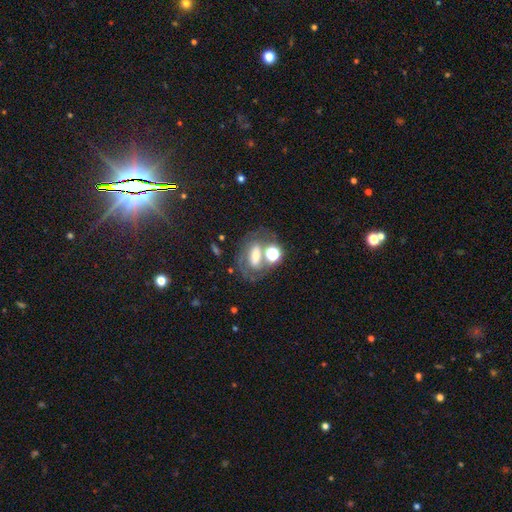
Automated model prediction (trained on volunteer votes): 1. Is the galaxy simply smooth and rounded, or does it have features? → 47% featured or disk, 37% smooth, 15% star or artifact.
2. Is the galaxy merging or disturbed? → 43% none, 26% merger, 16% minor disturbance, 15% major disturbance.